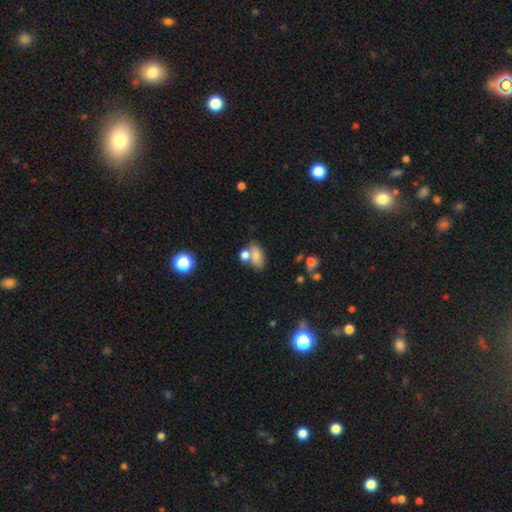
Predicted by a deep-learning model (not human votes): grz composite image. It shows a smooth galaxy with no disk features (76%) that is in between round and cigar-shaped (84%). Merging: none (42%).